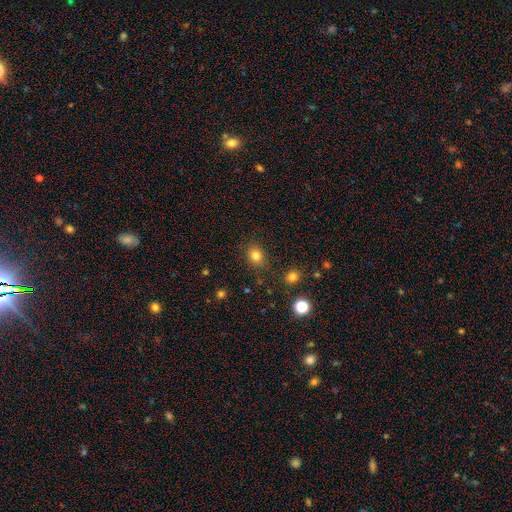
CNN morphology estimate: smooth-or-featured: smooth: 81% | star or artifact: 13% | featured or disk: 6%
  how-rounded: round: 54% | in between: 45% | cigar-shaped: 1%
  merging: none: 83% | minor disturbance: 11% | major disturbance: 4% | merger: 3%